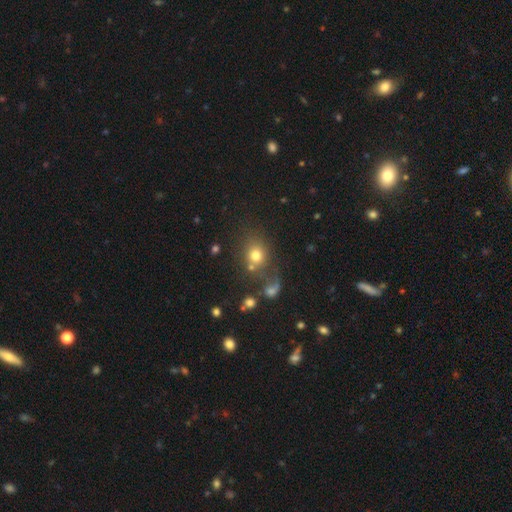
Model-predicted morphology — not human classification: Smooth or featured?
  - smooth: 74% *
  - star or artifact: 15%
  - featured or disk: 11%
How rounded?
  - round: 71% *
  - in between: 28%
  - cigar-shaped: 1%
Merging?
  - none: 60% *
  - merger: 17%
  - minor disturbance: 13%
  - major disturbance: 10%